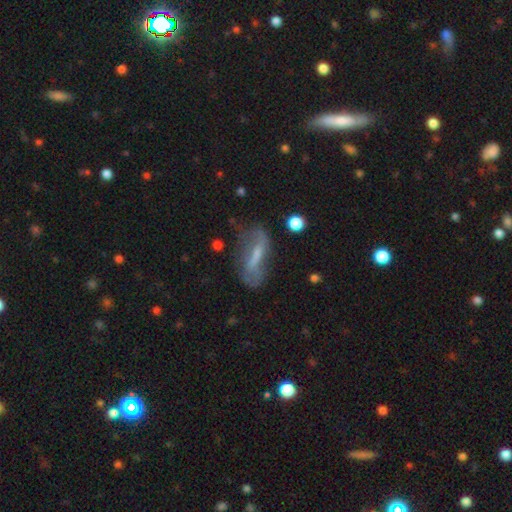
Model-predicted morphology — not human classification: Smooth or featured: featured or disk — 56% (smooth — 34%)
Edge-on disk: no — 79% (yes — 21%)
Merging: none — 51% (minor disturbance — 26%)